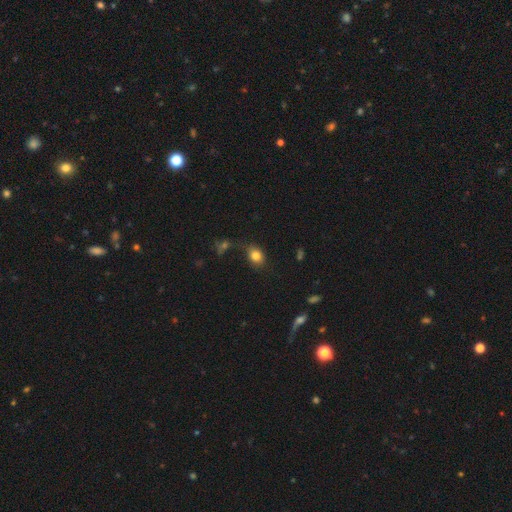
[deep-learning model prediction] This is clearly a smooth galaxy (81%). How rounded: possibly in between (59%). Merging: likely none (61%).